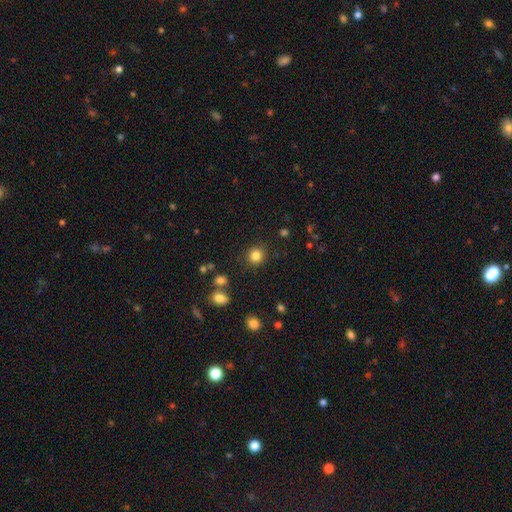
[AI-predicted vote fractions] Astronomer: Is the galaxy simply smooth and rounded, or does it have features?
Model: smooth — 84%.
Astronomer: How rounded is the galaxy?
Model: round — 90%.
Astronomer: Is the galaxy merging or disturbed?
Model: none — 88%.